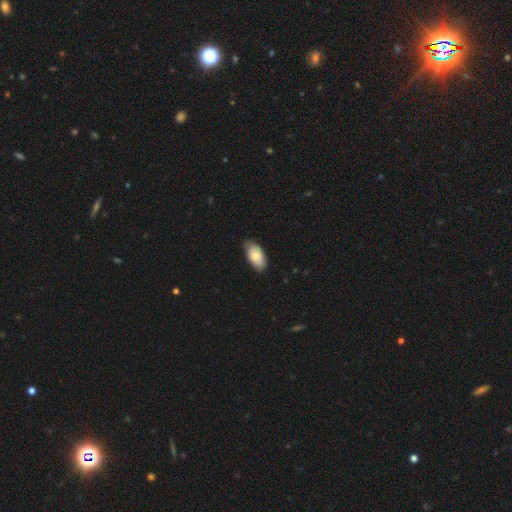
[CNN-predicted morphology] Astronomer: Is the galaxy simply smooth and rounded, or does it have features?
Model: smooth — 78%.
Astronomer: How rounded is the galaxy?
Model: in between — 95%.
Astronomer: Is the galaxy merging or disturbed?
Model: none — 77%.